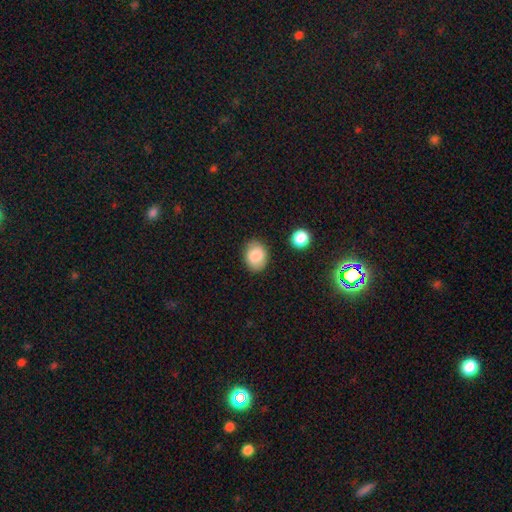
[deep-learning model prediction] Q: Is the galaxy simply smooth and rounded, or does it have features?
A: smooth — 86%.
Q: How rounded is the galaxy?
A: in between — 58%.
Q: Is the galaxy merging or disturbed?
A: none — 83%.